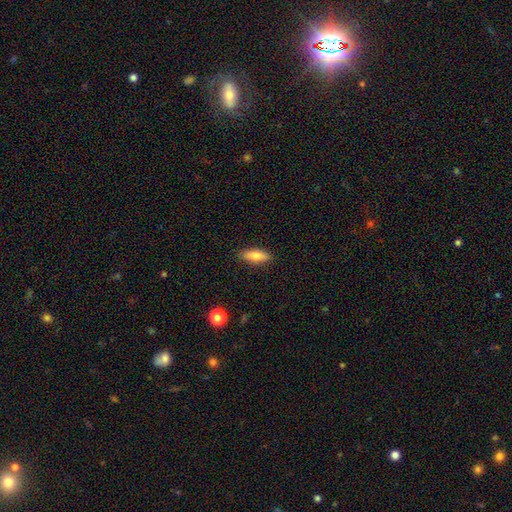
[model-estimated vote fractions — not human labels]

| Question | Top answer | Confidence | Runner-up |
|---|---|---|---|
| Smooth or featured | smooth | 78% | featured or disk (15%) |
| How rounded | in between | 60% | cigar-shaped (38%) |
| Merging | none | 89% | minor disturbance (8%) |